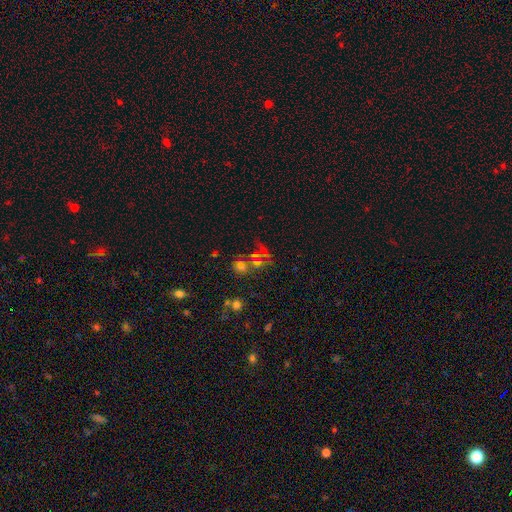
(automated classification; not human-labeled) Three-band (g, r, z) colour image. It shows a star or artifact, not a galaxy (41%).